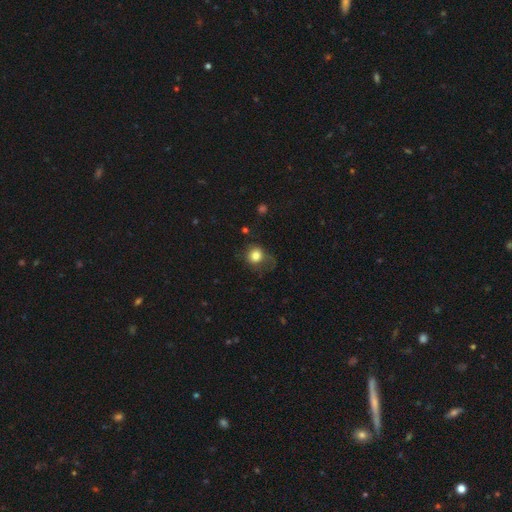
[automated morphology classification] smooth-or-featured: smooth: 81% | star or artifact: 10% | featured or disk: 9%
  how-rounded: round: 81% | in between: 18% | cigar-shaped: 1%
  merging: none: 55% | minor disturbance: 24% | major disturbance: 18% | merger: 2%